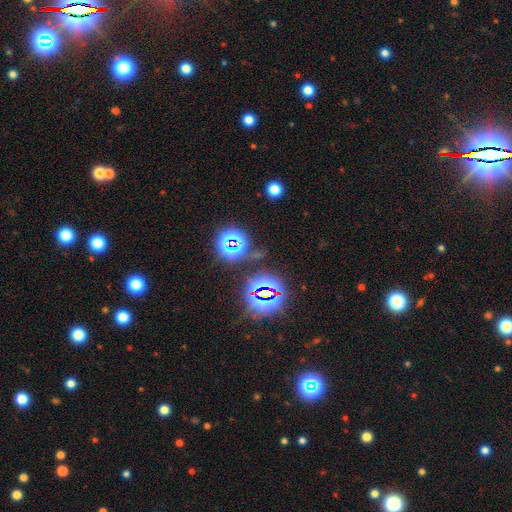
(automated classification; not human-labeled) smooth-or-featured: star or artifact: 79% | smooth: 13% | featured or disk: 7%